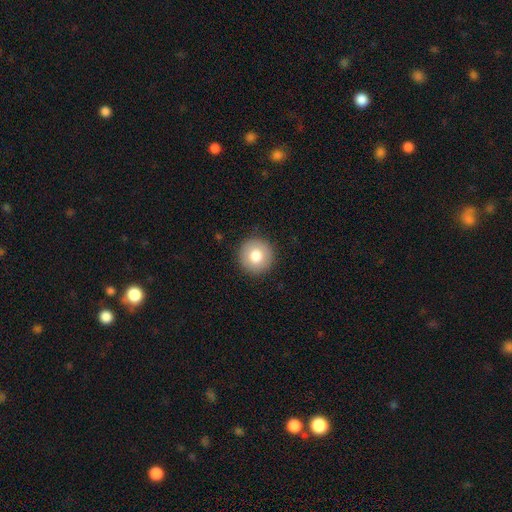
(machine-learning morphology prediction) Smooth or featured? smooth (77%)
How rounded? round (96%)
Merging? none (92%)